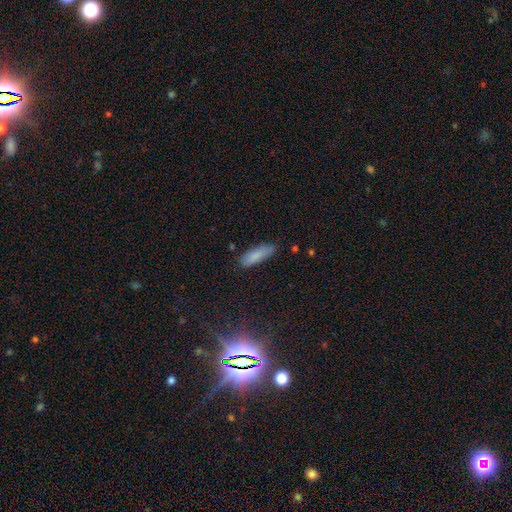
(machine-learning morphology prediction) This is clearly a smooth galaxy (82%). How rounded: possibly cigar-shaped (51%). Merging: likely none (77%).